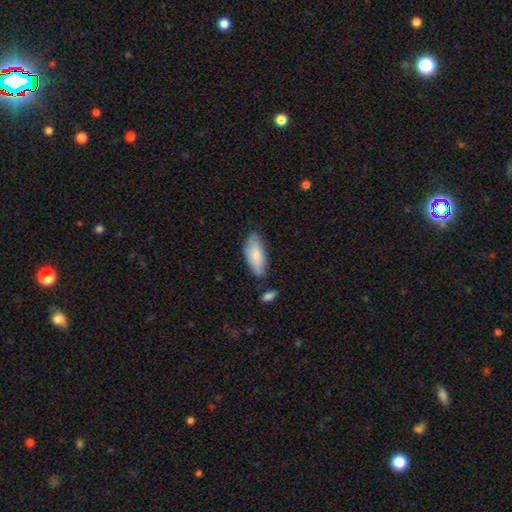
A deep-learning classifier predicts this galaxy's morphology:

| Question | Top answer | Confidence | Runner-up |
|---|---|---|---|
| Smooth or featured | smooth | 83% | featured or disk (11%) |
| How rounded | in between | 81% | cigar-shaped (17%) |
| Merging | none | 70% | minor disturbance (21%) |